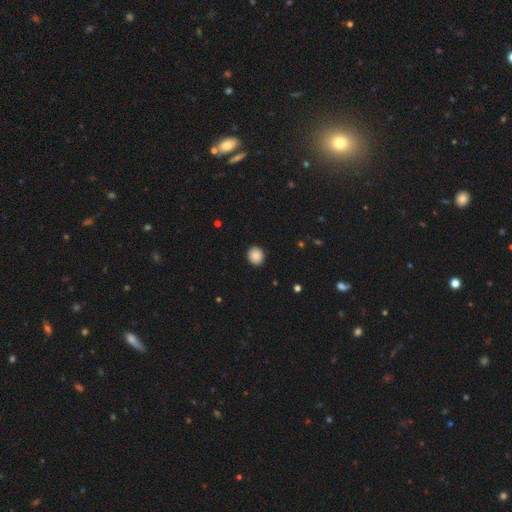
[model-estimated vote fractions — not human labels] Q: Smooth or featured?
A: smooth (89%); runner-up: star or artifact (8%)
Q: How rounded?
A: round (81%); runner-up: in between (18%)
Q: Merging?
A: none (92%); runner-up: minor disturbance (6%)